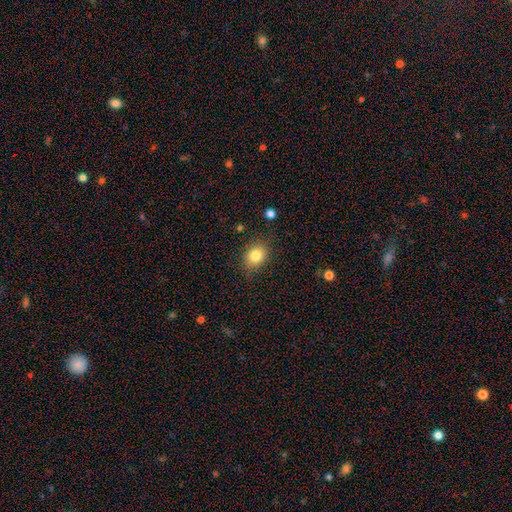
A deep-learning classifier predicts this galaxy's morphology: Smooth or featured? Predicted: smooth (p=0.82). How rounded? Predicted: in between (p=0.51). Merging? Predicted: none (p=0.80).